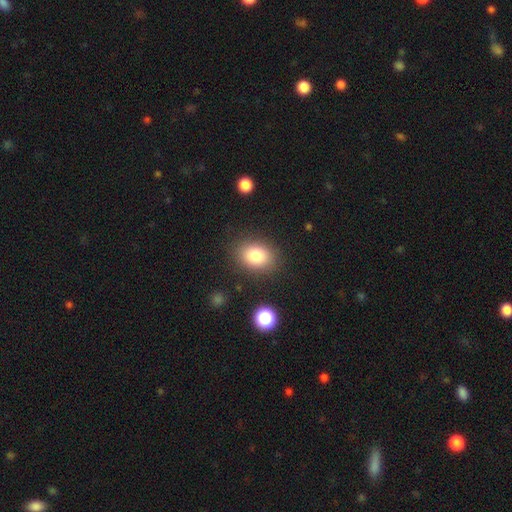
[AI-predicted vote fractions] This is clearly a smooth galaxy (82%). How rounded: likely in between (68%). Merging: clearly none (85%).